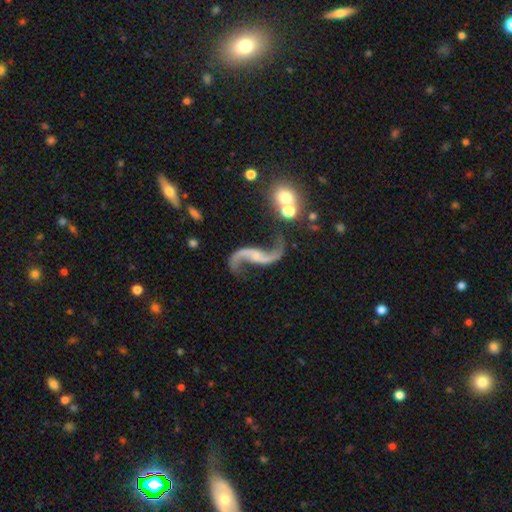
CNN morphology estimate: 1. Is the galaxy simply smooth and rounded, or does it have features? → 91% featured or disk, 5% star or artifact, 4% smooth.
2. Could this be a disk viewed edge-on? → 97% no, 3% yes.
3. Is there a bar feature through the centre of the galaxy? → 53% no, 33% weak, 14% strong.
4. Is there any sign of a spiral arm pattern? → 97% yes, 3% no.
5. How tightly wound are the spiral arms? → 93% loose, 6% medium, 2% tight.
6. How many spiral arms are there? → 94% 2, 2% 1, 1% can't tell, 1% 3, 1% 4, 1% more than 4.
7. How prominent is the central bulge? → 41% small, 39% none, 14% moderate, 3% large, 2% dominant.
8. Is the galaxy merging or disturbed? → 70% none, 14% minor disturbance, 10% major disturbance, 6% merger.